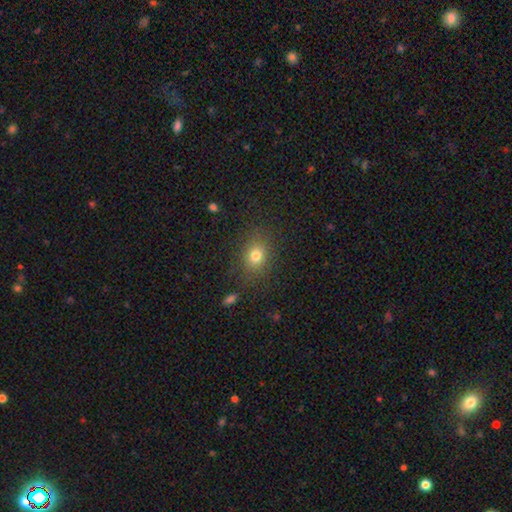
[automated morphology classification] Overall: smooth (77%). How rounded: round (51%; in between 48%). Merging: none (84%).